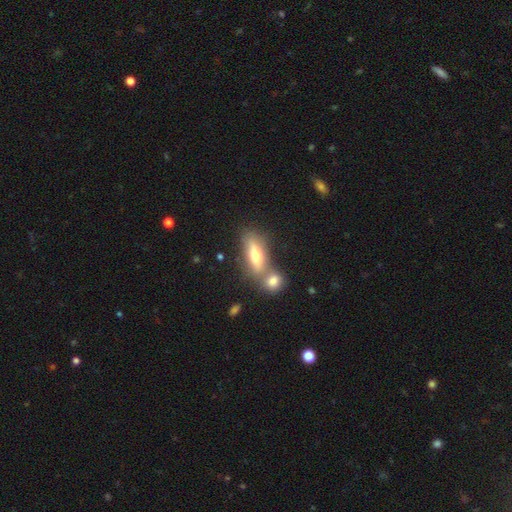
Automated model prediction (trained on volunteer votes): Overall: smooth (58%; featured or disk 34%). How rounded: in between (55%; cigar-shaped 41%). Merging: none (47%; merger 38%).